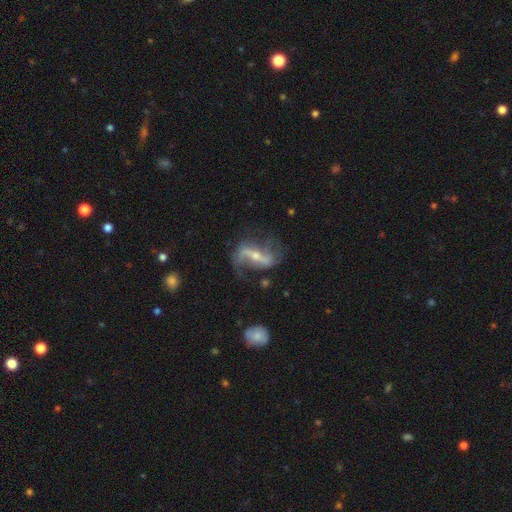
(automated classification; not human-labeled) Smooth or featured? Predicted: featured or disk (p=0.86). Edge-on disk? Predicted: no (p=0.92). Bar? Predicted: strong (p=0.60). Spiral arms? Predicted: yes (p=0.93). Spiral winding? Predicted: loose (p=0.70). Spiral arm count? Predicted: 2 (p=0.86). Bulge size? Predicted: small (p=0.55). Merging? Predicted: none (p=0.62).